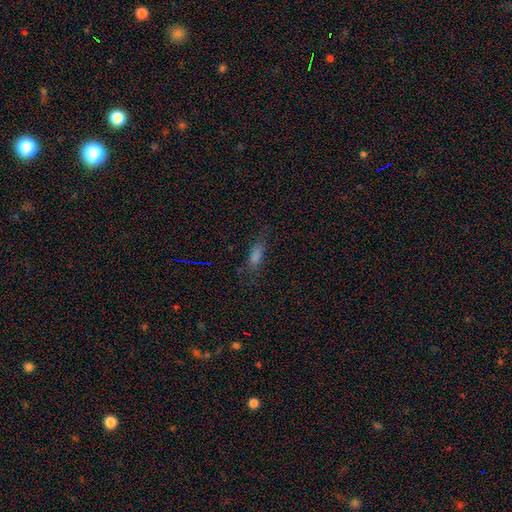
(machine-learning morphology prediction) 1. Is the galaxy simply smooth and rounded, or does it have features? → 67% smooth, 19% star or artifact, 14% featured or disk.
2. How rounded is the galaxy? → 51% in between, 45% cigar-shaped, 4% round.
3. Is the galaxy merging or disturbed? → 63% none, 23% minor disturbance, 11% major disturbance, 2% merger.